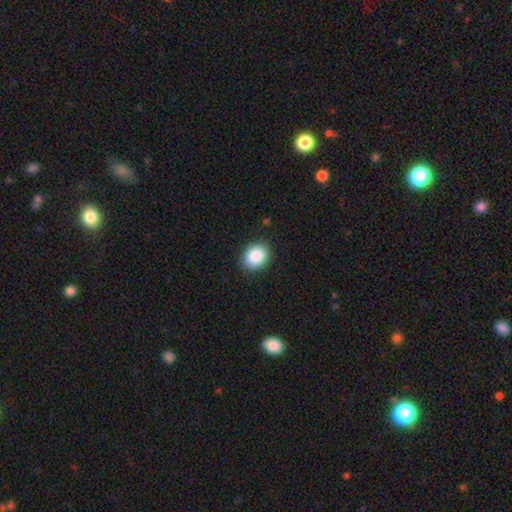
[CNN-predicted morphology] smooth 87%, star or artifact 8%, featured or disk 4%. Down the decision tree: how rounded — round (55%); merging — none (89%).